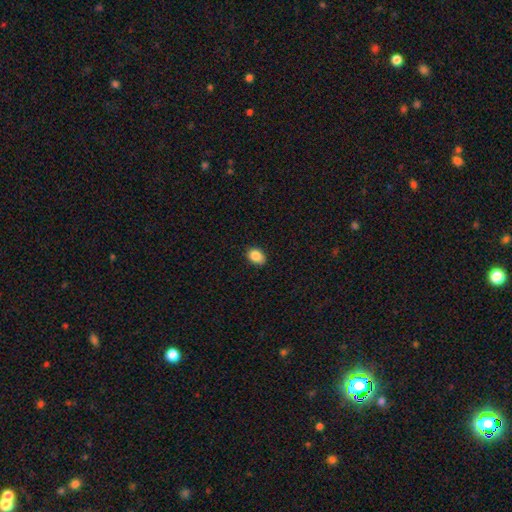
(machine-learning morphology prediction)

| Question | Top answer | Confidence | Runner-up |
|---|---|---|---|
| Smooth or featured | smooth | 87% | star or artifact (9%) |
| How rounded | in between | 75% | round (24%) |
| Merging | none | 85% | minor disturbance (11%) |